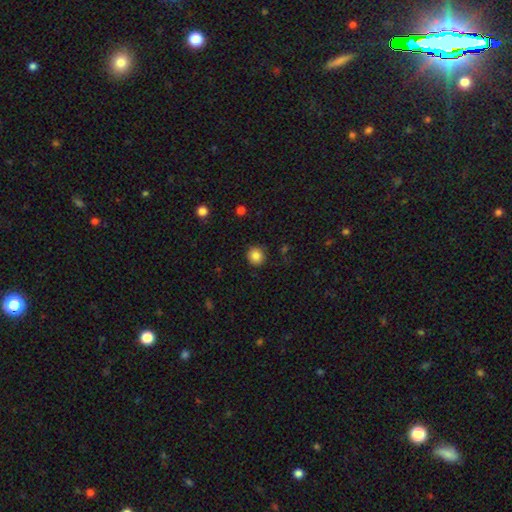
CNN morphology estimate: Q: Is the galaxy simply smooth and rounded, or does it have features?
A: smooth — 84%.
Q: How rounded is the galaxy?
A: round — 90%.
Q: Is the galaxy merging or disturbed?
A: none — 89%.